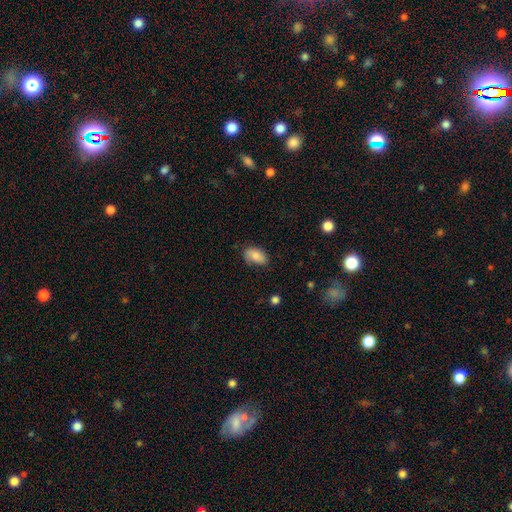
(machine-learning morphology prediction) Q: Smooth or featured?
A: smooth (78%); runner-up: featured or disk (15%)
Q: How rounded?
A: in between (91%); runner-up: round (7%)
Q: Merging?
A: none (65%); runner-up: minor disturbance (27%)